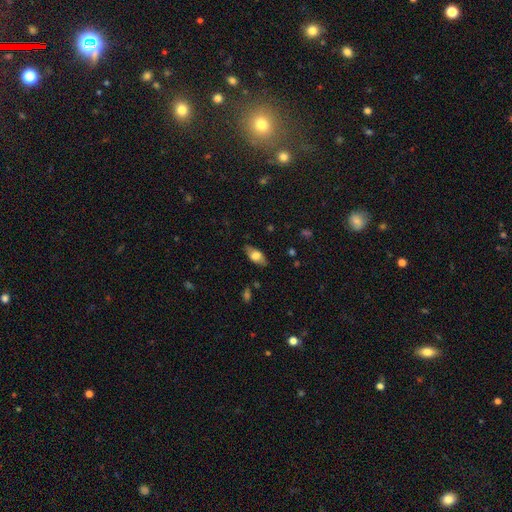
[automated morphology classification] Smooth or featured?
  - smooth: 68% *
  - featured or disk: 25%
  - star or artifact: 7%
How rounded?
  - in between: 87% *
  - cigar-shaped: 9%
  - round: 4%
Merging?
  - none: 82% *
  - minor disturbance: 14%
  - major disturbance: 3%
  - merger: 1%